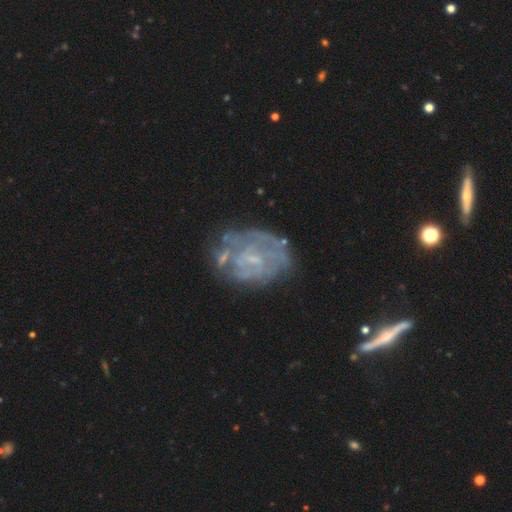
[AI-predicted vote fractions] Q: Smooth or featured?
A: featured or disk (71%); runner-up: smooth (17%)
Q: Edge-on disk?
A: no (96%); runner-up: yes (4%)
Q: Bar?
A: no (71%); runner-up: weak (23%)
Q: Spiral arms?
A: yes (55%); runner-up: no (45%)
Q: Bulge size?
A: small (61%); runner-up: none (23%)
Q: Merging?
A: none (58%); runner-up: minor disturbance (22%)